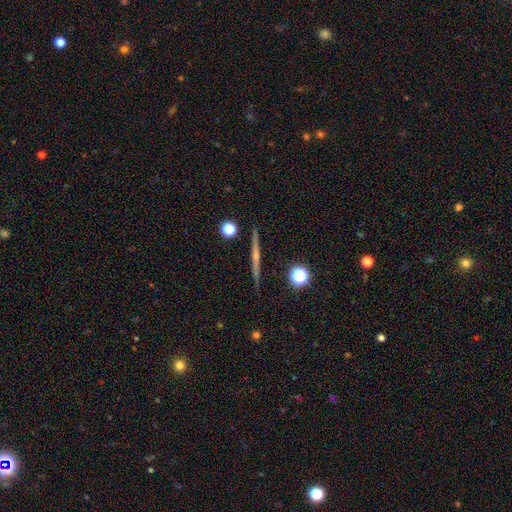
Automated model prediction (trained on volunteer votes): This appears to be a featured or disk galaxy (68%) viewed edge-on (98%) with a rounded central bulge (51%). Merging: none (91%).